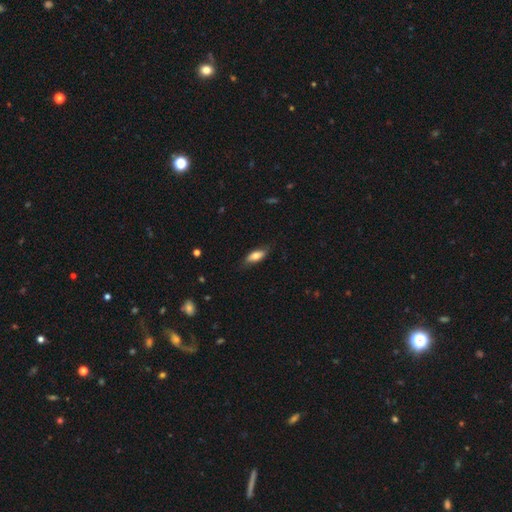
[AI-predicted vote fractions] A smooth galaxy with no disk features (73%) that is in between round and cigar-shaped (75%). Merging: none (76%).